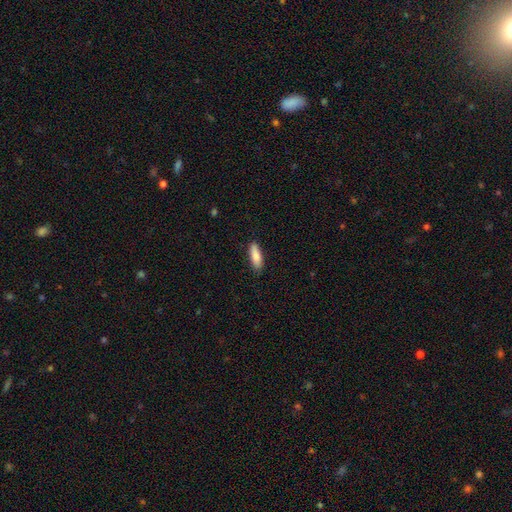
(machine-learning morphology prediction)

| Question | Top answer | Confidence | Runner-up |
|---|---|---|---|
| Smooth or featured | smooth | 85% | featured or disk (9%) |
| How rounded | in between | 51% | cigar-shaped (47%) |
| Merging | none | 86% | minor disturbance (11%) |